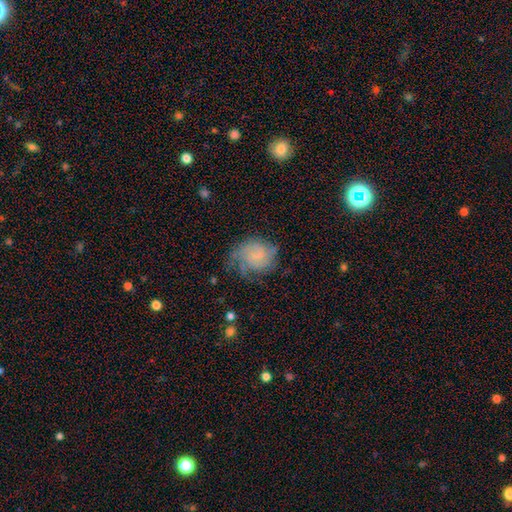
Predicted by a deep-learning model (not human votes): Smooth or featured? Predicted: featured or disk (p=0.60). Edge-on disk? Predicted: no (p=0.98). Bar? Predicted: no (p=0.73). Spiral arms? Predicted: yes (p=0.88). Spiral winding? Predicted: tight (p=0.50). Spiral arm count? Predicted: can't tell (p=0.37). Bulge size? Predicted: none (p=0.46). Merging? Predicted: none (p=0.55).